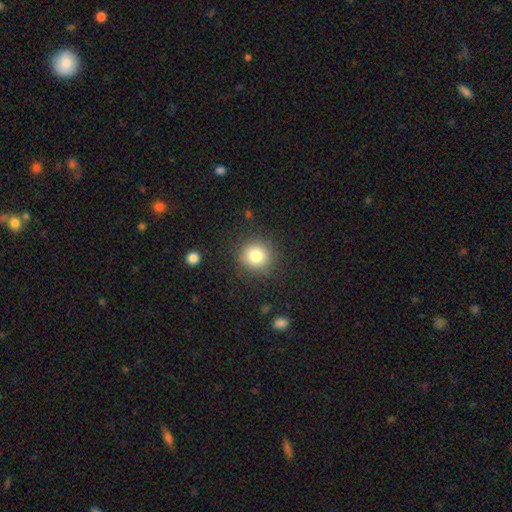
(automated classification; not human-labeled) Smooth or featured? Predicted: smooth (p=0.81). How rounded? Predicted: round (p=0.91). Merging? Predicted: none (p=0.87).